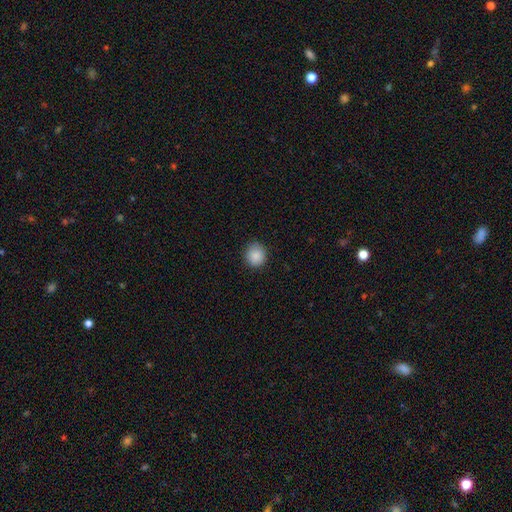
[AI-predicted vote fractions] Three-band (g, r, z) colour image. It shows a smooth galaxy with no disk features (88%) that is round (85%). Merging: none (87%).